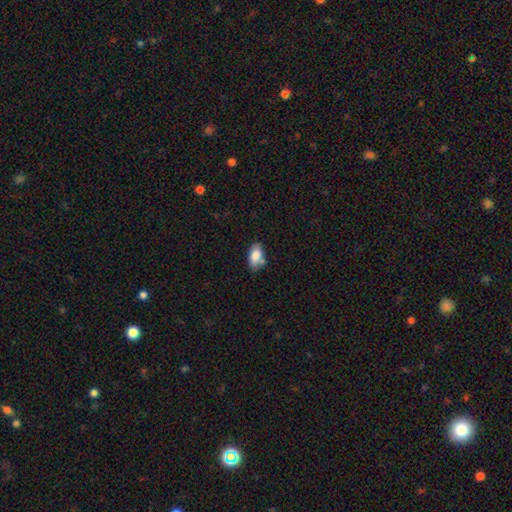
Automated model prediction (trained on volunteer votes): This appears to be a smooth galaxy with no disk features (82%) that is in between round and cigar-shaped (92%). Merging: none (61%).